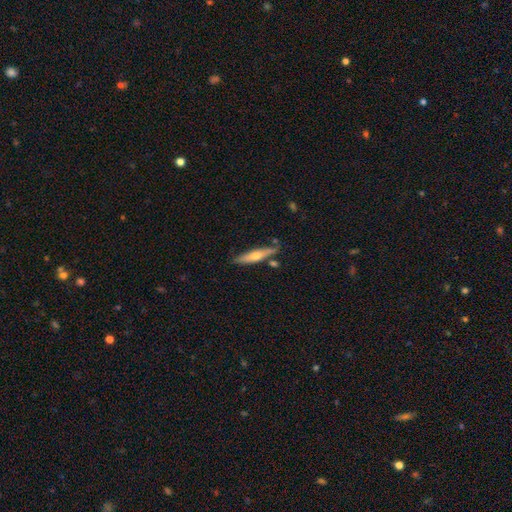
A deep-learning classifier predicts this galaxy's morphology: Overall: featured or disk (54%; smooth 40%). Edge-on disk: yes (92%). Merging: none (79%).